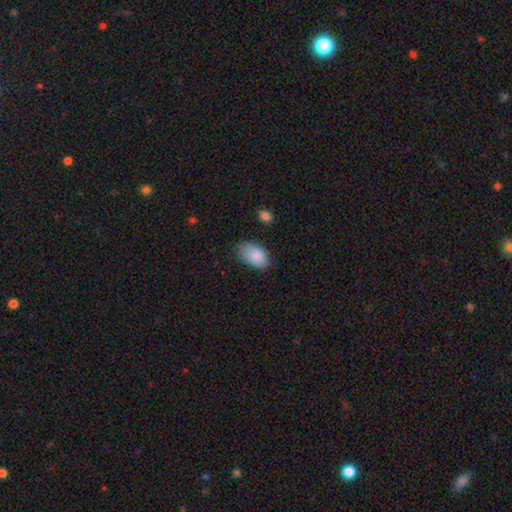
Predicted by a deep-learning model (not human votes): Morphology: type=smooth (87%); roundness=in between (93%); merging=none (69%).